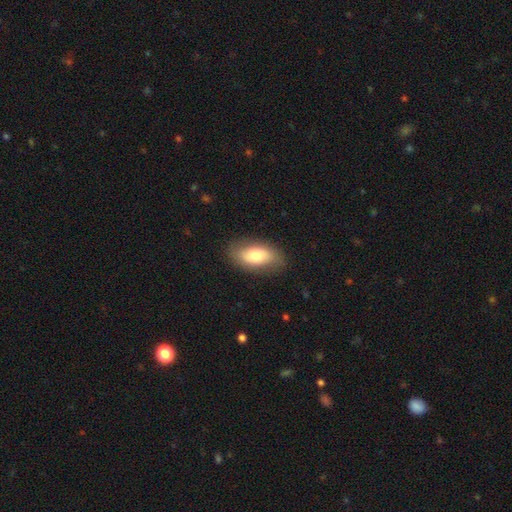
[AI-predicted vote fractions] A smooth galaxy with no disk features (71%) that is in between round and cigar-shaped (90%).

Vote fractions:
- Smooth or featured? smooth: 71% / featured or disk: 23% / star or artifact: 6%
- How rounded? in between: 90% / cigar-shaped: 5% / round: 4%
- Merging? none: 82% / minor disturbance: 13% / major disturbance: 4% / merger: 1%